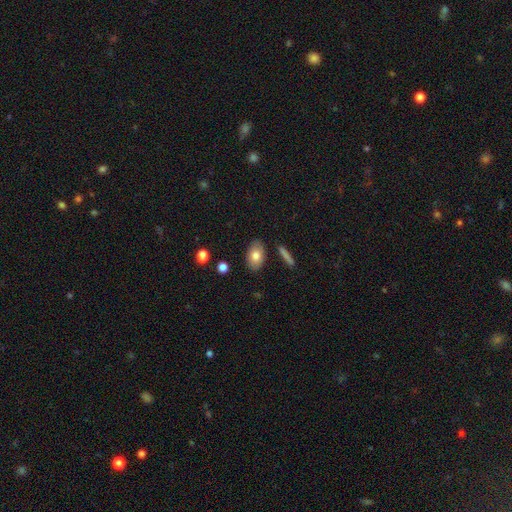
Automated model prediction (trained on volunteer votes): smooth 77%, featured or disk 16%, star or artifact 7%. Down the decision tree: how rounded — in between (89%); merging — none (85%).